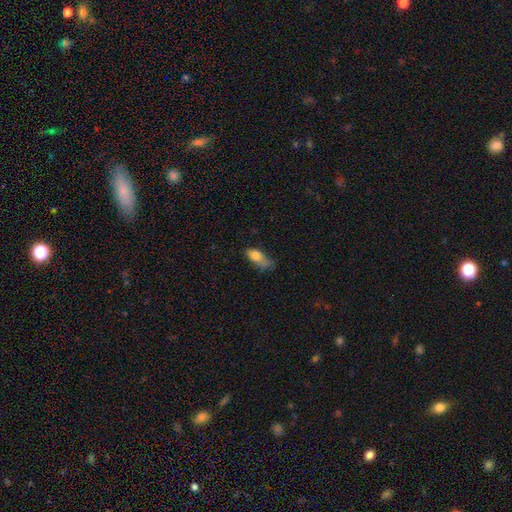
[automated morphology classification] smooth_or_featured: smooth (p=0.77) [alt: featured or disk p=0.15]
how_rounded: in between (p=0.79) [alt: cigar-shaped p=0.14]
merging: minor disturbance (p=0.39) [alt: none p=0.29]